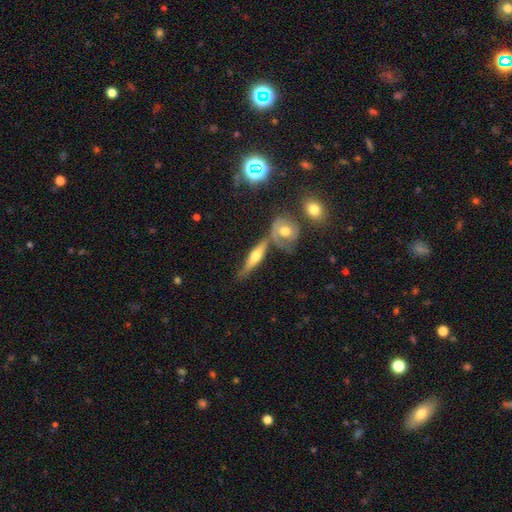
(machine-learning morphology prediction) Q: Smooth or featured?
A: featured or disk (64%); runner-up: smooth (29%)
Q: Edge-on disk?
A: yes (89%); runner-up: no (11%)
Q: Edge-on bulge?
A: rounded (90%); runner-up: boxy (5%)
Q: Merging?
A: none (57%); runner-up: merger (23%)